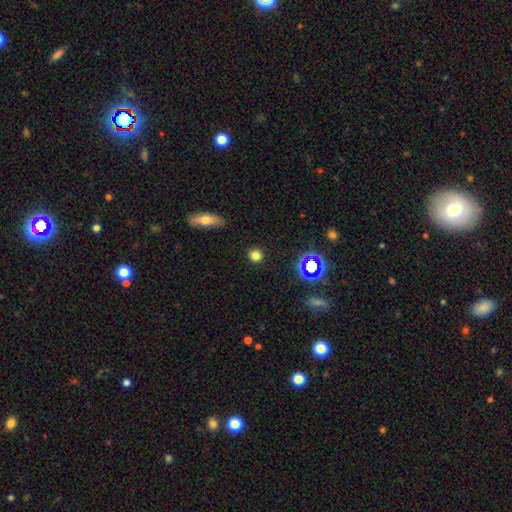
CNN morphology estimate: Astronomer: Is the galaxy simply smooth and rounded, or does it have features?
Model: smooth — 78%.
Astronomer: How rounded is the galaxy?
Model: round — 92%.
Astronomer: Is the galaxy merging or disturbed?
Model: none — 90%.